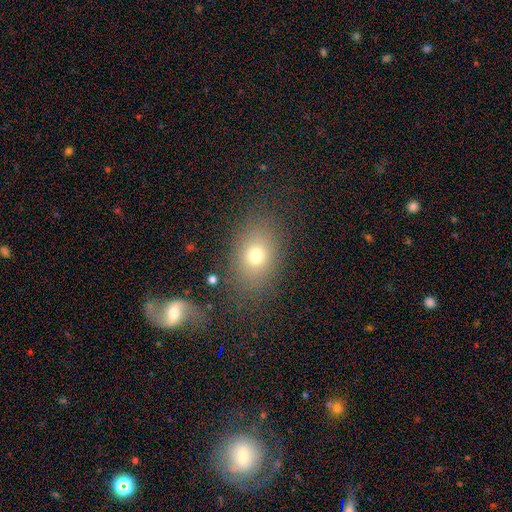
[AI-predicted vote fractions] Overall: smooth (71%). How rounded: in between (71%). Merging: none (80%).